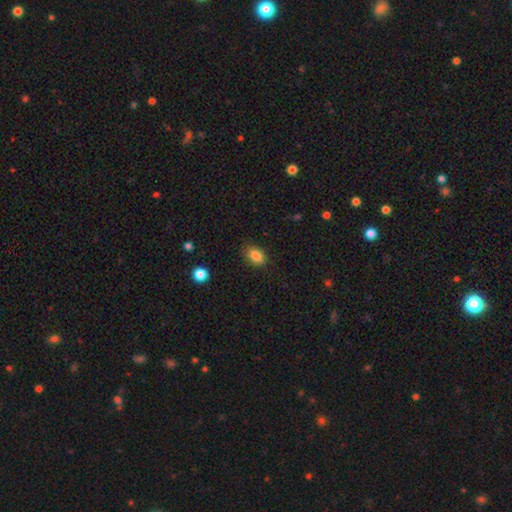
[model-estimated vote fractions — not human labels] Smooth or featured? Predicted: smooth (p=0.84). How rounded? Predicted: in between (p=0.77). Merging? Predicted: none (p=0.83).